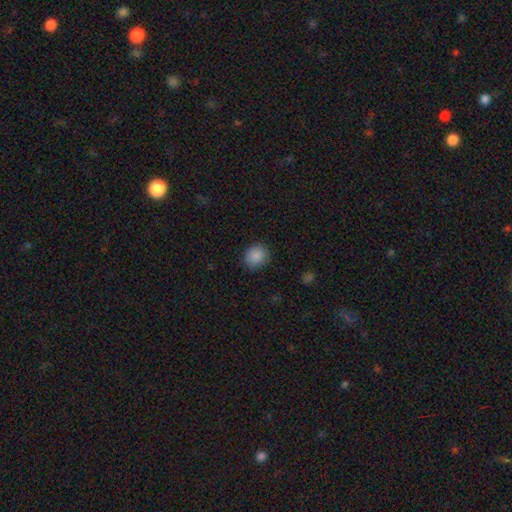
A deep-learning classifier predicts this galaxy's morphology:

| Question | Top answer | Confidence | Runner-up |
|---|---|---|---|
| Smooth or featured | smooth | 87% | star or artifact (9%) |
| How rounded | round | 80% | in between (19%) |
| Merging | none | 87% | minor disturbance (9%) |